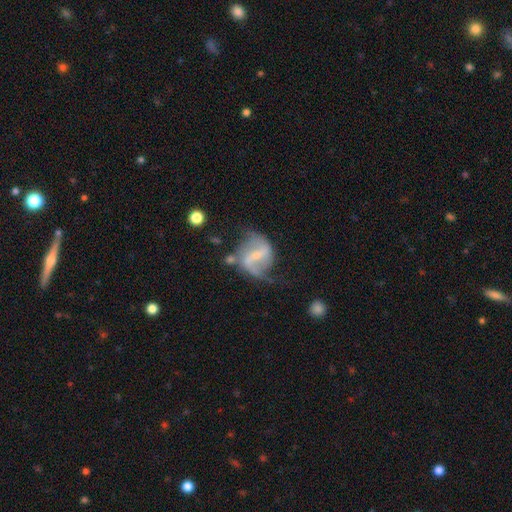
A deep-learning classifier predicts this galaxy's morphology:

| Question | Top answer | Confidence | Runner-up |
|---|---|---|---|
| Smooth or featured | featured or disk | 81% | smooth (13%) |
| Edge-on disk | no | 97% | yes (3%) |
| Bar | strong | 48% | weak (40%) |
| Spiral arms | yes | 90% | no (10%) |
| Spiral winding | loose | 58% | medium (33%) |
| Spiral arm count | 2 | 85% | 1 (7%) |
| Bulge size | small | 57% | moderate (25%) |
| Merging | none | 54% | minor disturbance (23%) |